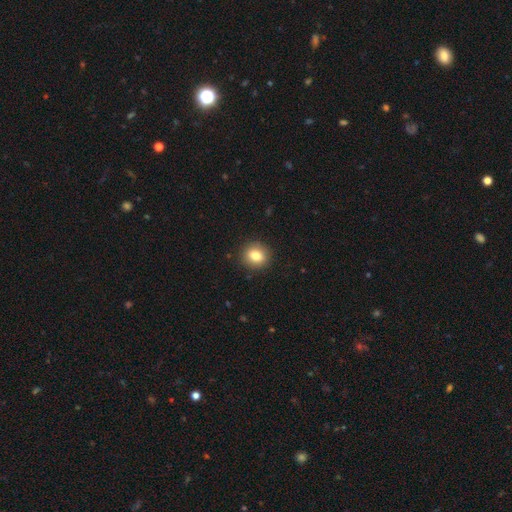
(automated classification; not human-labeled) Overall: smooth (82%). How rounded: round (77%). Merging: none (90%).